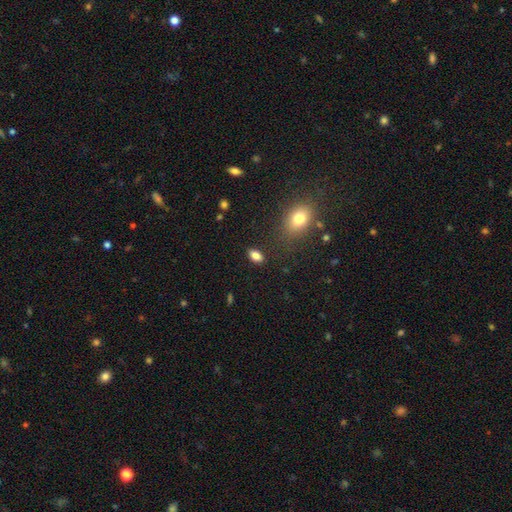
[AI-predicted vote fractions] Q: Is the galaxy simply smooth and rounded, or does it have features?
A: smooth — 84%.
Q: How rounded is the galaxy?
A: in between — 89%.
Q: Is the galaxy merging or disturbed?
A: none — 85%.